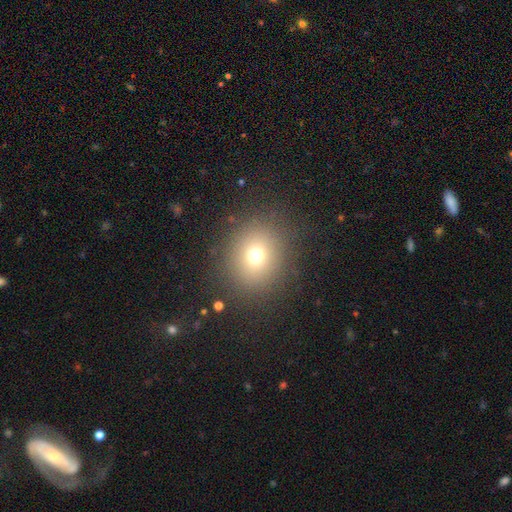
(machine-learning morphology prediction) The model was most divided on "smooth or featured": smooth: 70%, star or artifact: 19%, featured or disk: 11%. More confident: merging — none (86%); how rounded — round (78%).